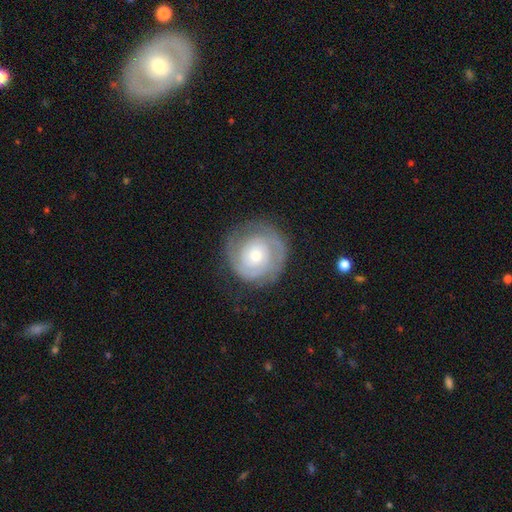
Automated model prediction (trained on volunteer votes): Overall: featured or disk (73%). Edge-on disk: no (98%). Bar: no (79%). Spiral arms: yes (86%). Spiral arm count: 2 (44%; can't tell 30%). Spiral winding: tight (72%). Bulge size: small (47%, tied with moderate). Merging: none (74%).